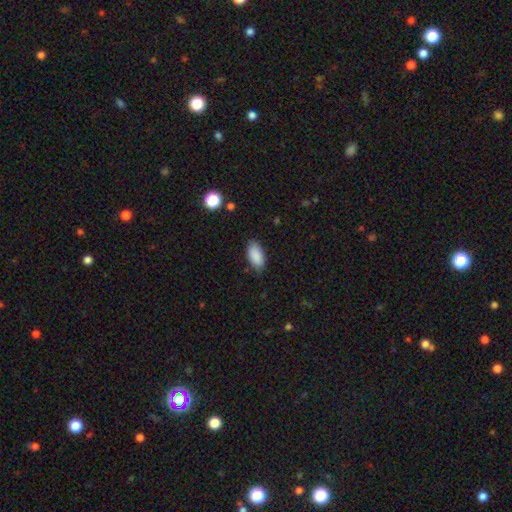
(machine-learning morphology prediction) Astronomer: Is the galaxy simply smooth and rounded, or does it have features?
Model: smooth — 89%.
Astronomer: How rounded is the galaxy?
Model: in between — 93%.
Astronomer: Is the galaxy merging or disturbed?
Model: none — 80%.